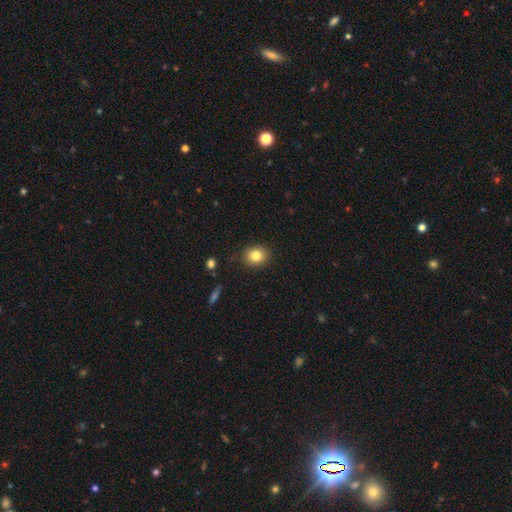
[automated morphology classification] Smooth or featured: smooth — 83% (star or artifact — 10%)
How rounded: round — 59% (in between — 40%)
Merging: none — 87% (minor disturbance — 9%)